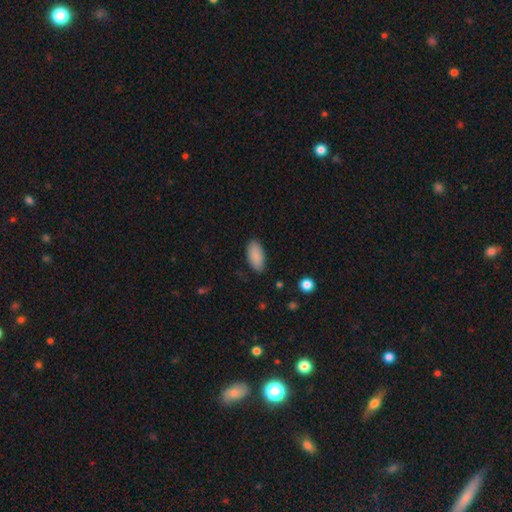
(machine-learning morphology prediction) type=smooth (89%); roundness=in between (92%); merging=none (85%).